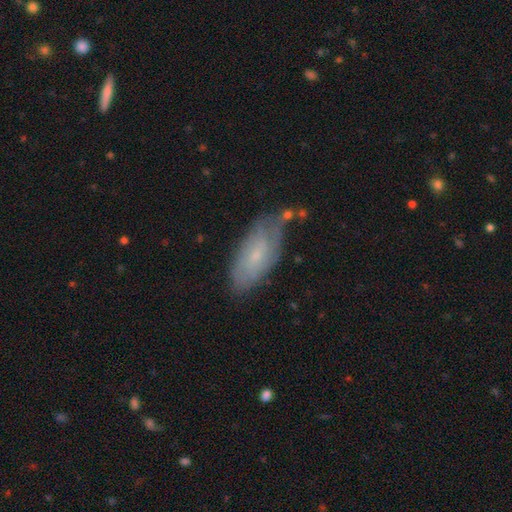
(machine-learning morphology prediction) type=smooth (50%); roundness=in between (83%); merging=none (64%).